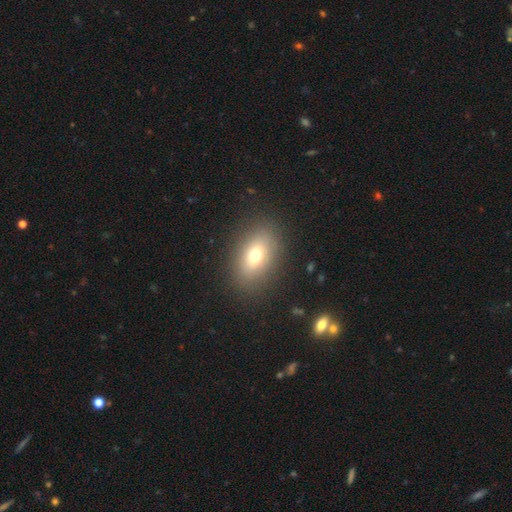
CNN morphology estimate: smooth_or_featured: smooth (p=0.70) [alt: featured or disk p=0.17]
how_rounded: in between (p=0.79) [alt: round p=0.18]
merging: none (p=0.86) [alt: minor disturbance p=0.09]